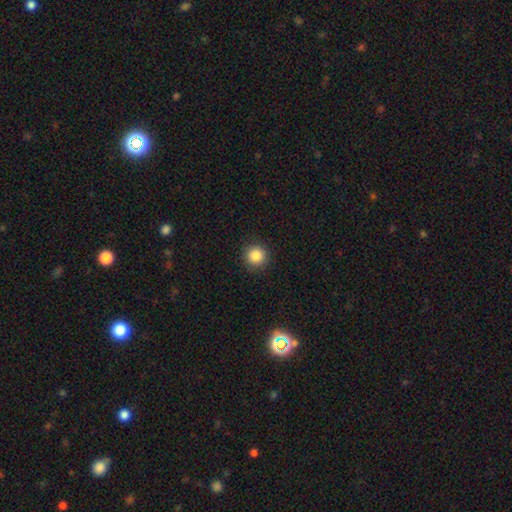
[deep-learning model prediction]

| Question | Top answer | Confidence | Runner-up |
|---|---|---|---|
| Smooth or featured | smooth | 86% | star or artifact (10%) |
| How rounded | round | 95% | in between (4%) |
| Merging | none | 91% | minor disturbance (6%) |